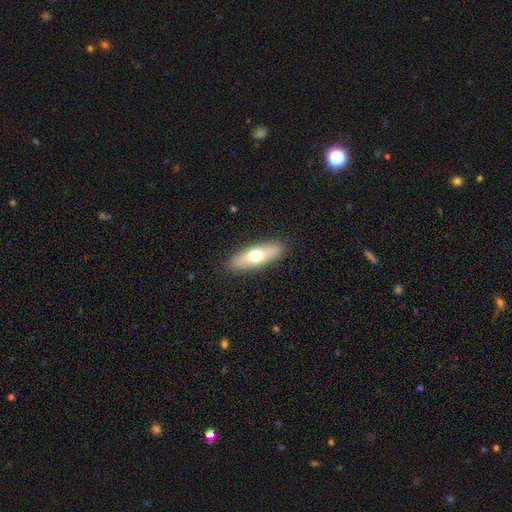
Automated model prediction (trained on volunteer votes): This appears to be a smooth galaxy with no disk features (62%) that is in between round and cigar-shaped (52%). Merging: none (88%).